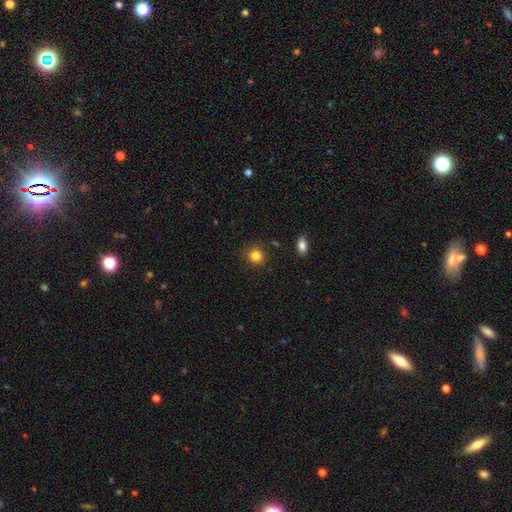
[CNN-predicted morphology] Q: Smooth or featured?
A: smooth (84%); runner-up: star or artifact (11%)
Q: How rounded?
A: round (88%); runner-up: in between (11%)
Q: Merging?
A: none (86%); runner-up: minor disturbance (9%)